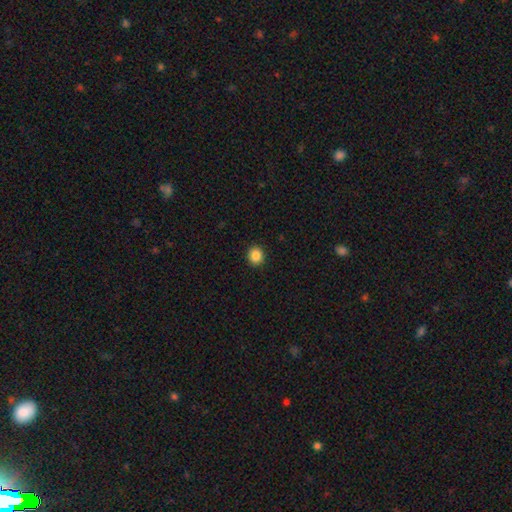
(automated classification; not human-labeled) Overall: smooth (87%). How rounded: round (82%). Merging: none (92%).